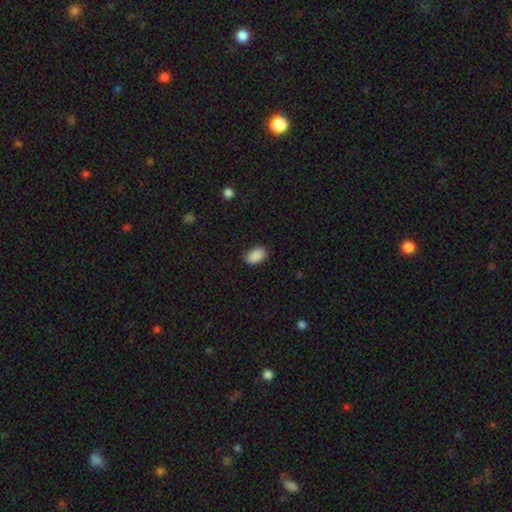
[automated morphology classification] smooth-or-featured: smooth: 90% | star or artifact: 7% | featured or disk: 3%
  how-rounded: in between: 88% | round: 11% | cigar-shaped: 1%
  merging: none: 87% | minor disturbance: 10% | major disturbance: 2% | merger: 1%